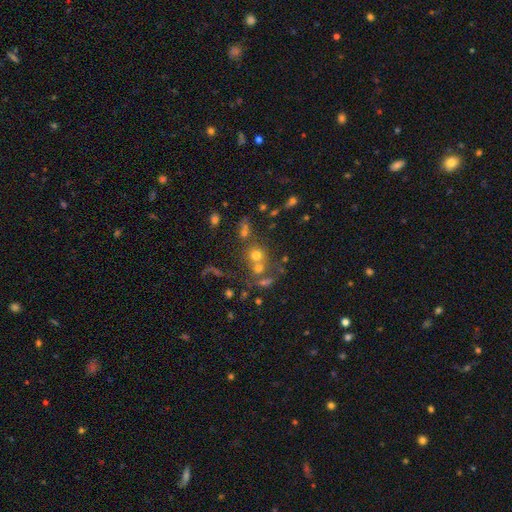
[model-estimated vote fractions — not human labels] Overall: smooth (59%; star or artifact 24%). How rounded: round (83%). Merging: none (49%; merger 35%).